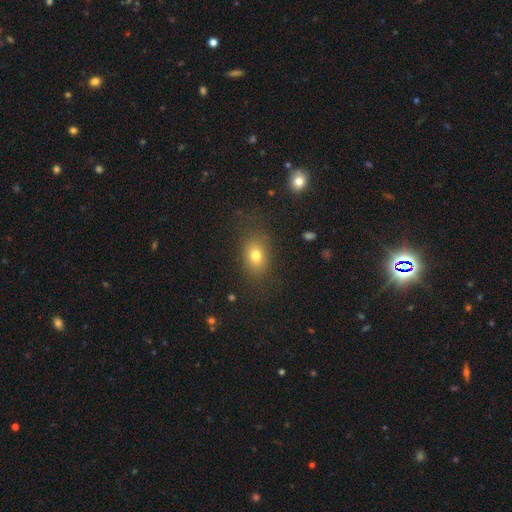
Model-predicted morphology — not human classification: This appears to be a smooth galaxy with no disk features (75%) that is in between round and cigar-shaped (74%). Merging: none (78%).